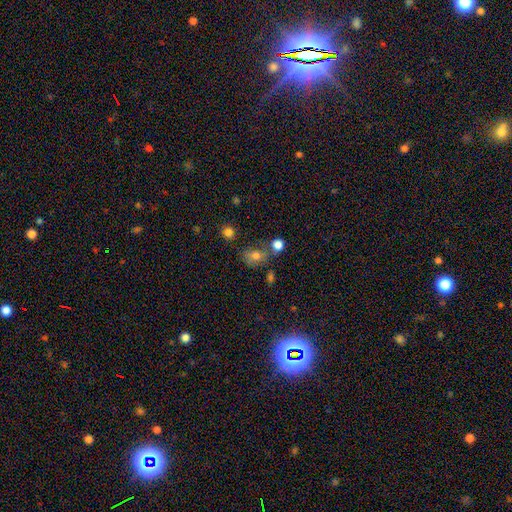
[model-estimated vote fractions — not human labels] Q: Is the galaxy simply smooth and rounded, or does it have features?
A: smooth — 73%.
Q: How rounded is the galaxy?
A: in between — 55%.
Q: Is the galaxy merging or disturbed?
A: none — 51%.